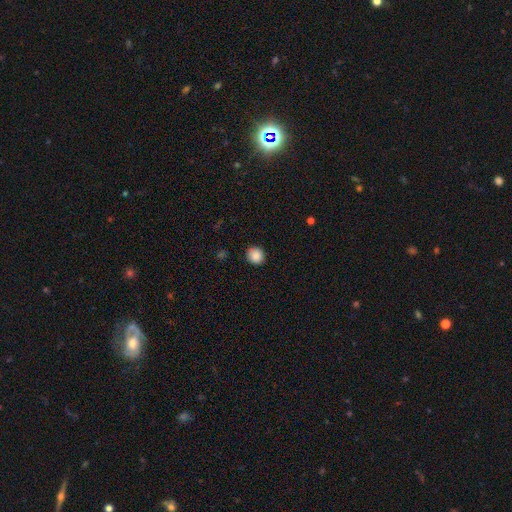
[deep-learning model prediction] Q: Smooth or featured?
A: smooth (87%); runner-up: star or artifact (9%)
Q: How rounded?
A: round (87%); runner-up: in between (12%)
Q: Merging?
A: none (89%); runner-up: minor disturbance (8%)